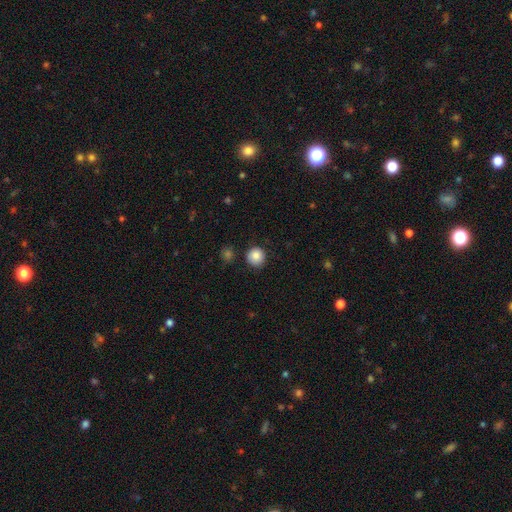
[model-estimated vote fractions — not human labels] smooth_or_featured: smooth (p=0.86) [alt: star or artifact p=0.09]
how_rounded: round (p=0.92) [alt: in between p=0.07]
merging: none (p=0.86) [alt: minor disturbance p=0.09]